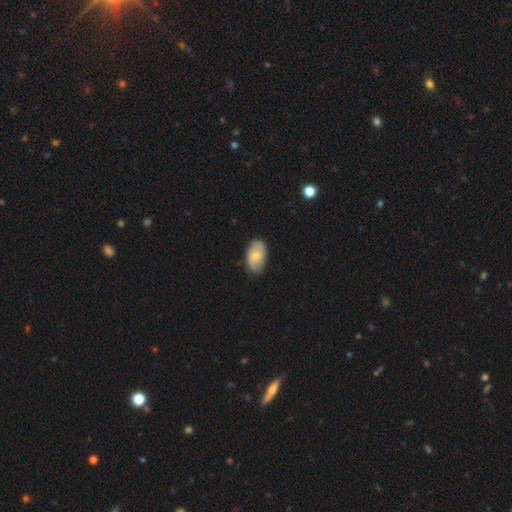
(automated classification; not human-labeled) smooth 67%, featured or disk 26%, star or artifact 6%. Down the decision tree: how rounded — in between (93%); merging — none (76%).